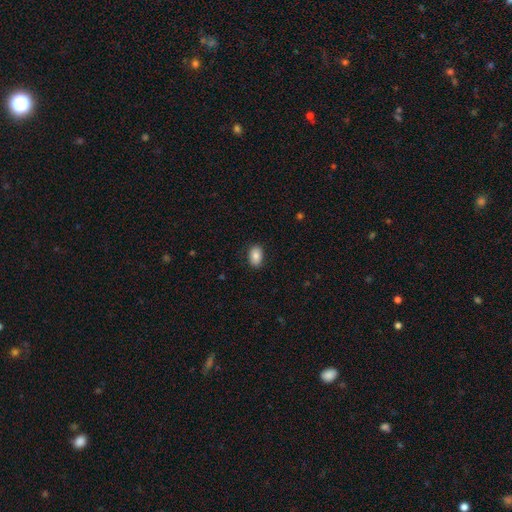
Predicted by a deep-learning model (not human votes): This is clearly a smooth galaxy (84%). How rounded: clearly in between (85%). Merging: clearly none (87%).